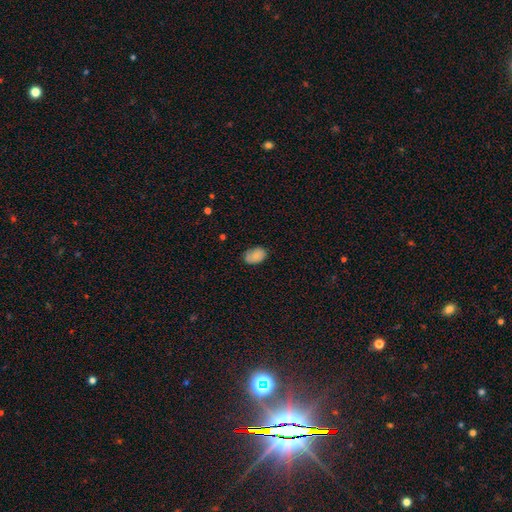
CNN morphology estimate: This is clearly a smooth galaxy (82%). How rounded: clearly in between (86%). Merging: likely none (75%).